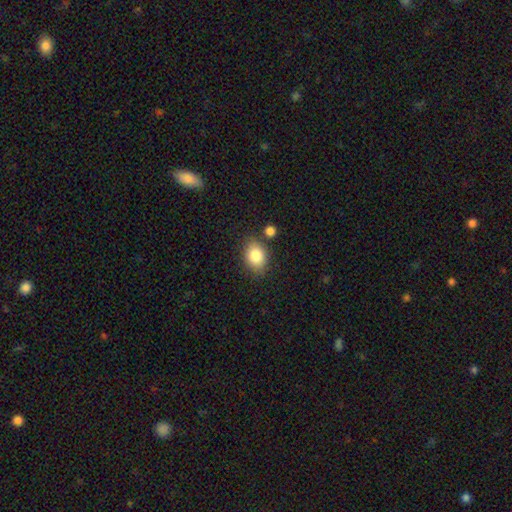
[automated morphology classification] Smooth or featured?
  - smooth: 84% *
  - star or artifact: 9%
  - featured or disk: 7%
How rounded?
  - in between: 66% *
  - round: 33%
  - cigar-shaped: 1%
Merging?
  - none: 77% *
  - minor disturbance: 13%
  - merger: 7%
  - major disturbance: 3%